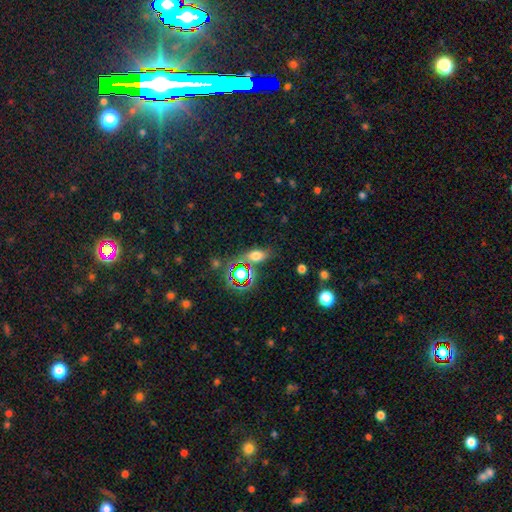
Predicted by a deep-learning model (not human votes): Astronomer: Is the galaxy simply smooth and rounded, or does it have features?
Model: smooth — 62%.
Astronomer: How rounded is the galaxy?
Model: in between — 73%.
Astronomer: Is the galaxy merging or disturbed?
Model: none — 73%.